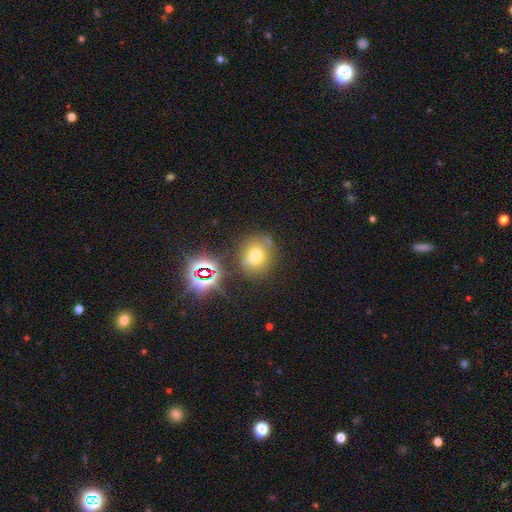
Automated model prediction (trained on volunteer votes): Q: Smooth or featured?
A: smooth (65%); runner-up: star or artifact (22%)
Q: How rounded?
A: round (80%); runner-up: in between (19%)
Q: Merging?
A: none (73%); runner-up: minor disturbance (14%)